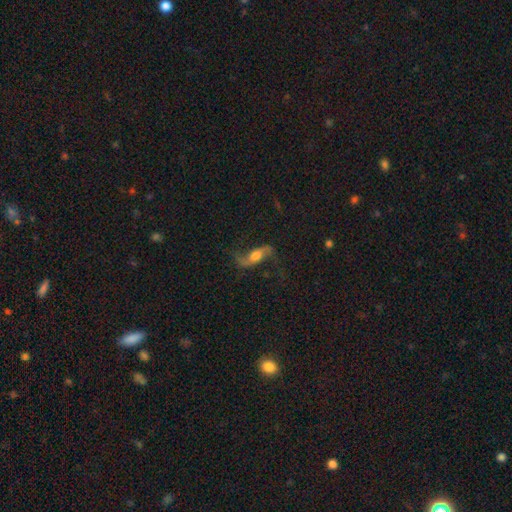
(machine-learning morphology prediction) Smooth or featured? featured or disk (76%)
Edge-on disk? no (86%)
Bar? no (46%)
Spiral arms? yes (93%)
Spiral winding? loose (85%)
Spiral arm count? 2 (93%)
Bulge size? moderate (54%)
Merging? none (67%)